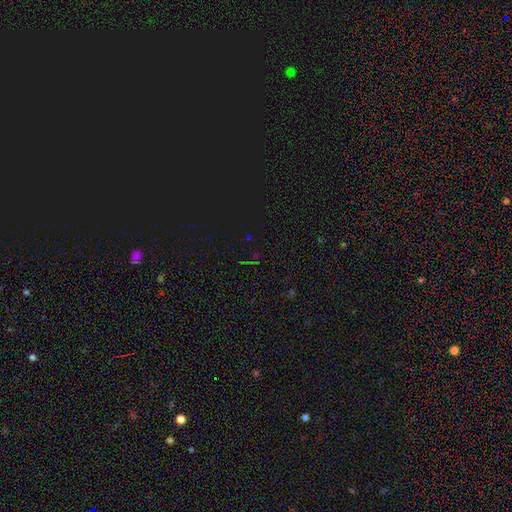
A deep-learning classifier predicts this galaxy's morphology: This is likely a star or artifact rather than a galaxy (72%).